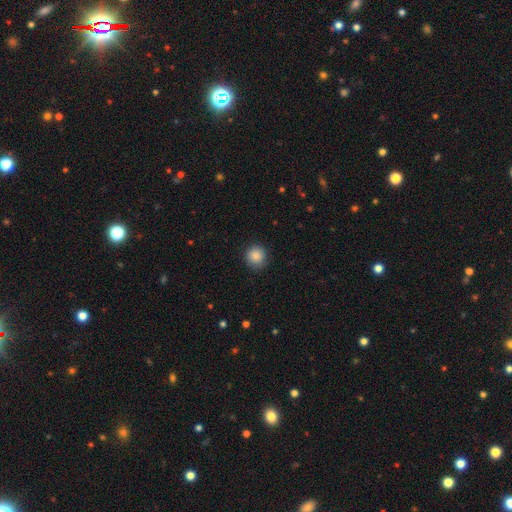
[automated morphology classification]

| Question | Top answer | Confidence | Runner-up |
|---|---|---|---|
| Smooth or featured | smooth | 85% | star or artifact (9%) |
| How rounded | round | 93% | in between (6%) |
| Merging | none | 88% | minor disturbance (8%) |